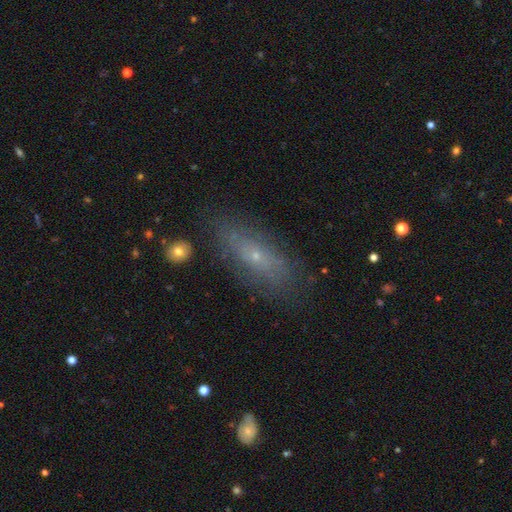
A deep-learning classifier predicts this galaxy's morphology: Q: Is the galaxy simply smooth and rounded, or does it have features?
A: smooth — 47%.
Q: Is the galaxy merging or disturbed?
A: none — 77%.